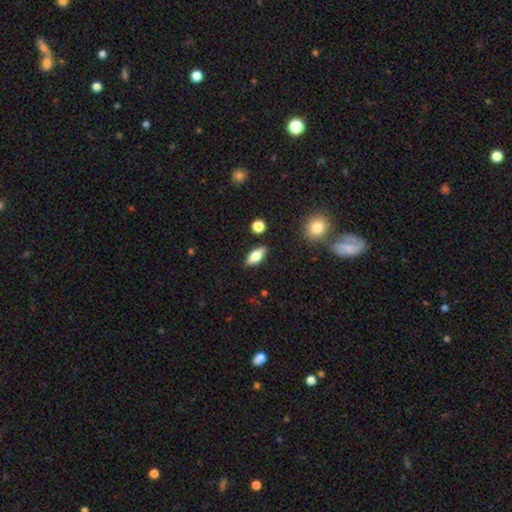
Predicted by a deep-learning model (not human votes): Smooth or featured? Predicted: smooth (p=0.63). How rounded? Predicted: in between (p=0.72). Merging? Predicted: none (p=0.86).